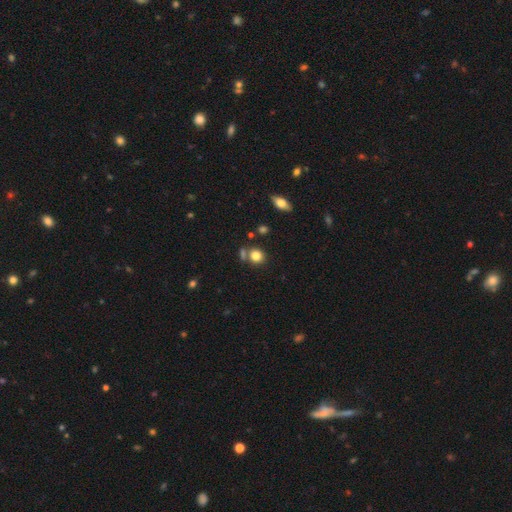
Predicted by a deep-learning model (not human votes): smooth_or_featured: smooth (p=0.81) [alt: star or artifact p=0.12]
how_rounded: round (p=0.76) [alt: in between p=0.23]
merging: none (p=0.67) [alt: merger p=0.19]